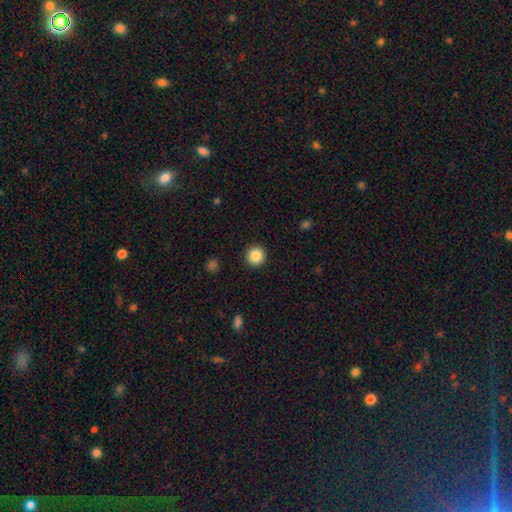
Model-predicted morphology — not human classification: Overall: smooth (86%). How rounded: round (95%). Merging: none (92%).